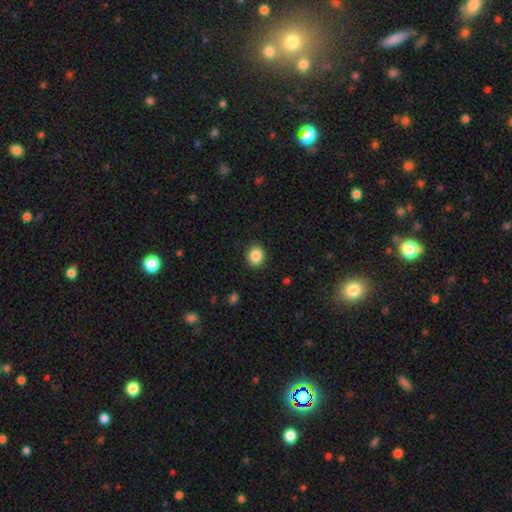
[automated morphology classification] smooth 88%, star or artifact 9%, featured or disk 3%. Down the decision tree: how rounded — round (69%); merging — none (90%).